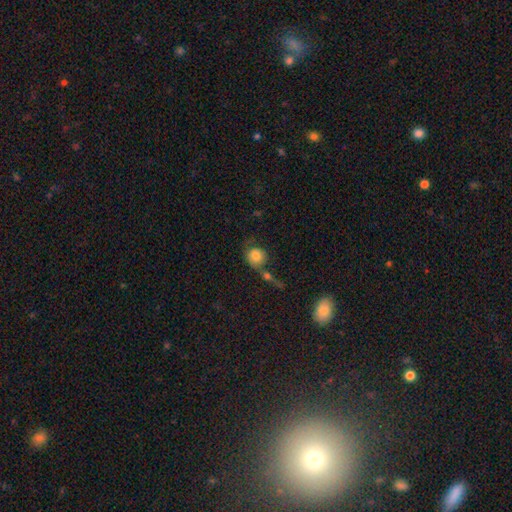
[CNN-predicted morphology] Smooth or featured? Predicted: smooth (p=0.76). How rounded? Predicted: round (p=0.82). Merging? Predicted: none (p=0.38).